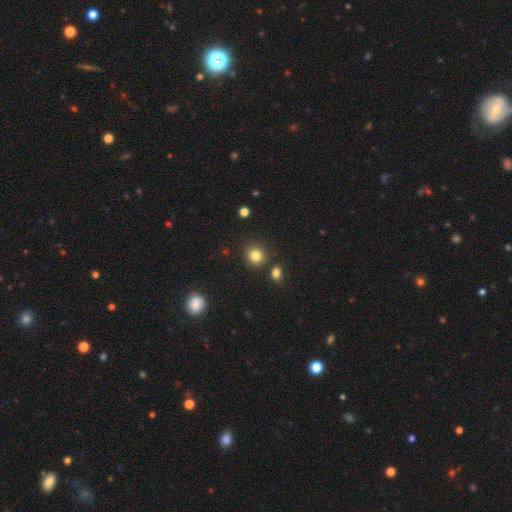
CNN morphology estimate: Smooth or featured? smooth (83%)
How rounded? round (88%)
Merging? none (84%)